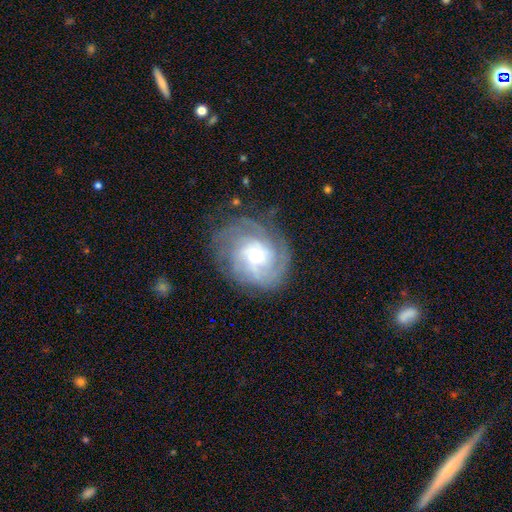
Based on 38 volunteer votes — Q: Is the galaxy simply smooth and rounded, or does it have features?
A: featured or disk — 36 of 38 (95%).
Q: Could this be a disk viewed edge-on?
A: no — 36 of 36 (100%).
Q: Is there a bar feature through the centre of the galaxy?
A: no — 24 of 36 (67%).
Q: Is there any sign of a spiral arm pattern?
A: yes — 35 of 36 (97%).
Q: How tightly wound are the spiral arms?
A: tight — 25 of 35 (71%).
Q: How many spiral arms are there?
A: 4 — 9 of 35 (26%).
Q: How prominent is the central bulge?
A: small — 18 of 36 (50%).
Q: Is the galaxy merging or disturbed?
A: none — 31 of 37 (84%).